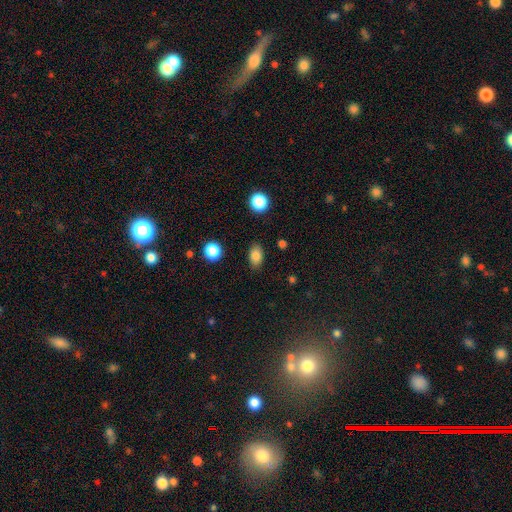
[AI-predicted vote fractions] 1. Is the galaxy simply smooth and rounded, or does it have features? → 84% smooth, 10% star or artifact, 6% featured or disk.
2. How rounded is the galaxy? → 84% in between, 14% round, 2% cigar-shaped.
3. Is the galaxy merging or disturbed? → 85% none, 10% minor disturbance, 3% major disturbance, 2% merger.